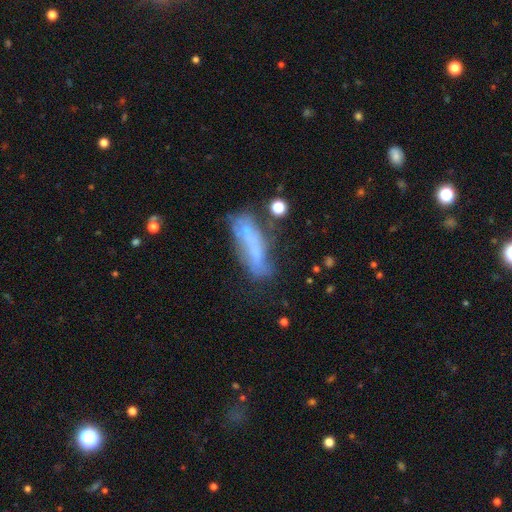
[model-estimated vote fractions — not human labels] smooth-or-featured: smooth: 48% | featured or disk: 39% | star or artifact: 13%
  merging: none: 32% | merger: 26% | major disturbance: 21% | minor disturbance: 20%